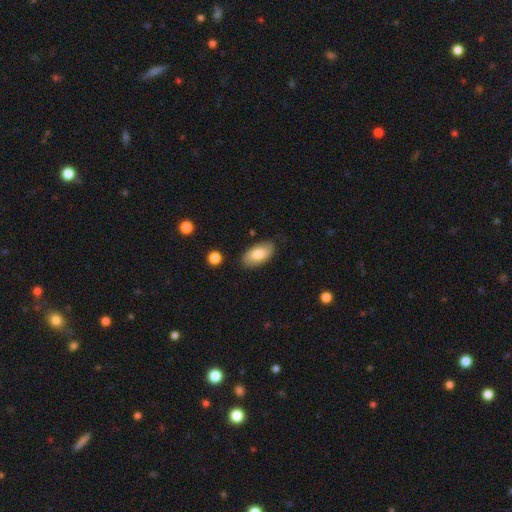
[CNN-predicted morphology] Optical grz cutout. It shows a smooth galaxy with no disk features (81%) that is in between round and cigar-shaped (94%). Merging: none (85%).